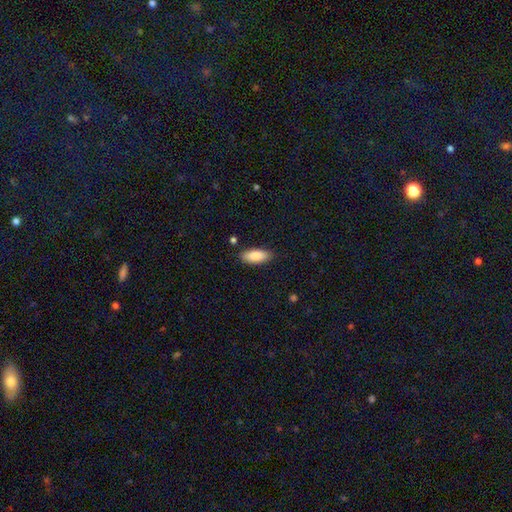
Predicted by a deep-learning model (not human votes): This appears to be a smooth galaxy with no disk features (87%) that is in between round and cigar-shaped (80%). Merging: none (85%).